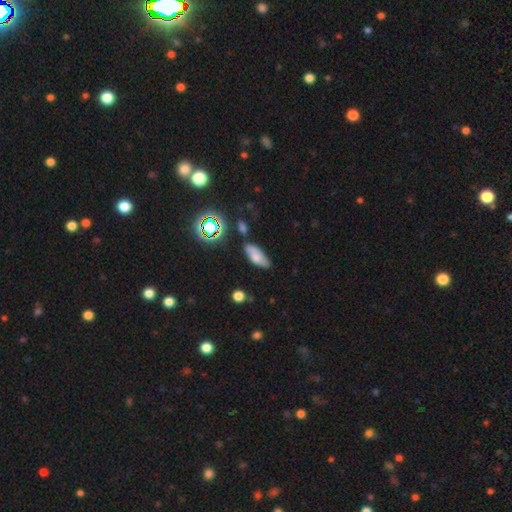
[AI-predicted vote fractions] smooth_or_featured: smooth (p=0.71) [alt: featured or disk p=0.16]
how_rounded: in between (p=0.79) [alt: cigar-shaped p=0.17]
merging: none (p=0.69) [alt: minor disturbance p=0.20]